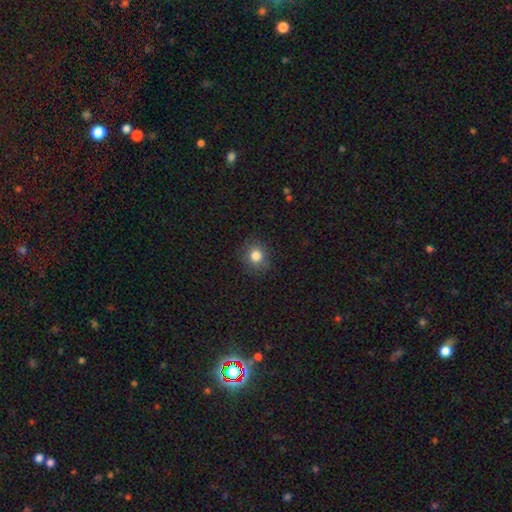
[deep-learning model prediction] Smooth or featured? Predicted: smooth (p=0.82). How rounded? Predicted: round (p=0.85). Merging? Predicted: none (p=0.88).